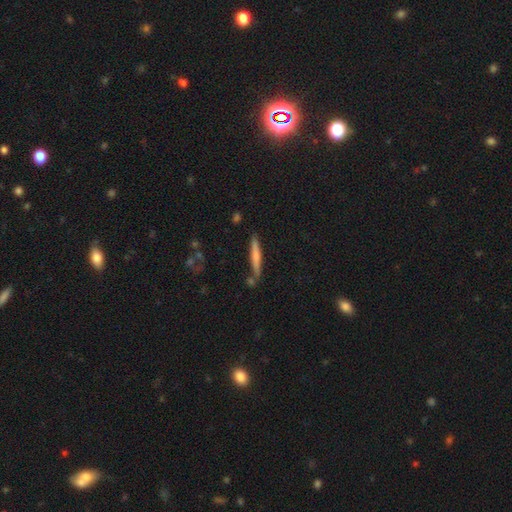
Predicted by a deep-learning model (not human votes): A smooth galaxy with no disk features (58%) that is cigar-shaped (94%). Merging: none (76%).